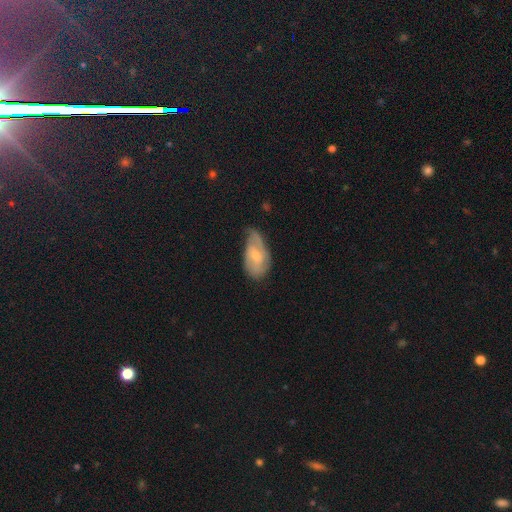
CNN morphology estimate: Q: Smooth or featured?
A: featured or disk (60%); runner-up: smooth (34%)
Q: Edge-on disk?
A: no (94%); runner-up: yes (6%)
Q: Bar?
A: no (47%); runner-up: weak (42%)
Q: Spiral arms?
A: yes (80%); runner-up: no (20%)
Q: Bulge size?
A: small (51%); runner-up: moderate (45%)
Q: Merging?
A: none (40%); runner-up: minor disturbance (39%)